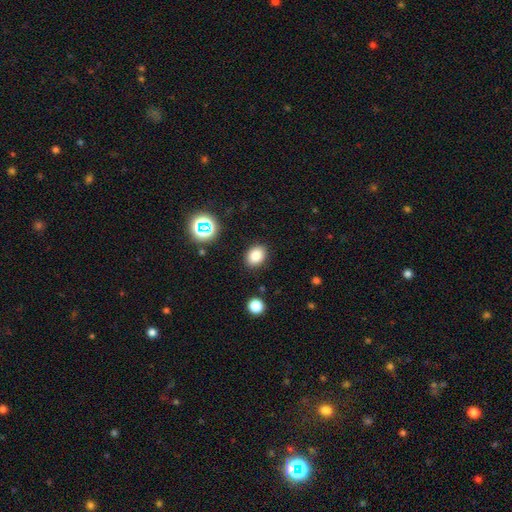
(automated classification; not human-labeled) Q: Smooth or featured?
A: smooth (83%); runner-up: star or artifact (12%)
Q: How rounded?
A: in between (61%); runner-up: round (38%)
Q: Merging?
A: none (87%); runner-up: minor disturbance (9%)